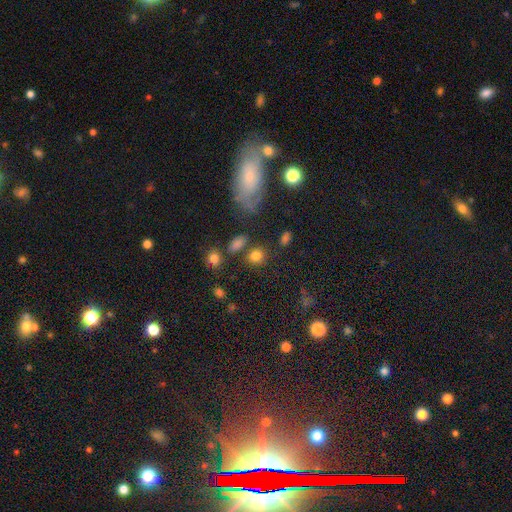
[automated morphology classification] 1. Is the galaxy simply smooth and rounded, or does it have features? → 80% smooth, 13% star or artifact, 7% featured or disk.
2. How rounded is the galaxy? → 72% round, 26% in between, 2% cigar-shaped.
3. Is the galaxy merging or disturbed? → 76% none, 11% minor disturbance, 8% merger, 5% major disturbance.